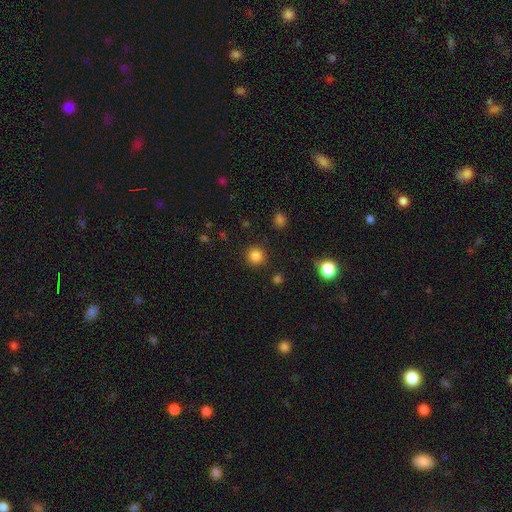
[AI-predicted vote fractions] This is clearly a smooth galaxy (84%). How rounded: clearly round (94%). Merging: clearly none (90%).